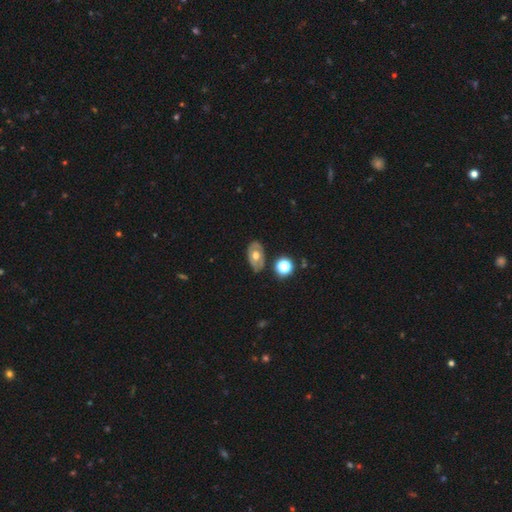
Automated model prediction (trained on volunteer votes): smooth_or_featured: featured or disk (p=0.52) [alt: smooth p=0.39]
disk_edge_on: no (p=0.91) [alt: yes p=0.09]
merging: none (p=0.74) [alt: minor disturbance p=0.17]